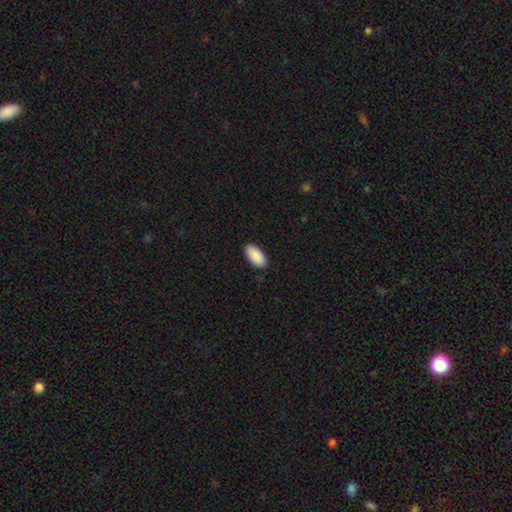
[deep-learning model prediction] Smooth or featured? Predicted: smooth (p=0.91). How rounded? Predicted: in between (p=0.94). Merging? Predicted: none (p=0.88).